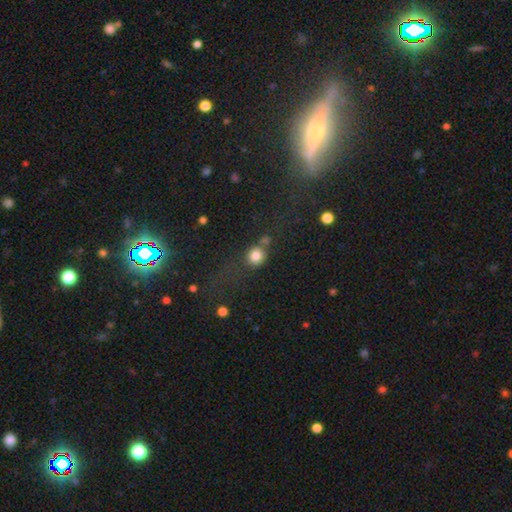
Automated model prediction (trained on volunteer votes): Smooth or featured? Predicted: smooth (p=0.81). How rounded? Predicted: round (p=0.82). Merging? Predicted: none (p=0.50).